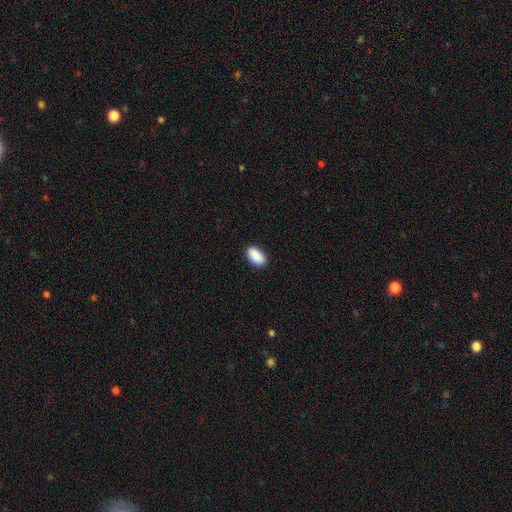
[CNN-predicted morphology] type=smooth (91%); roundness=in between (94%); merging=none (89%).